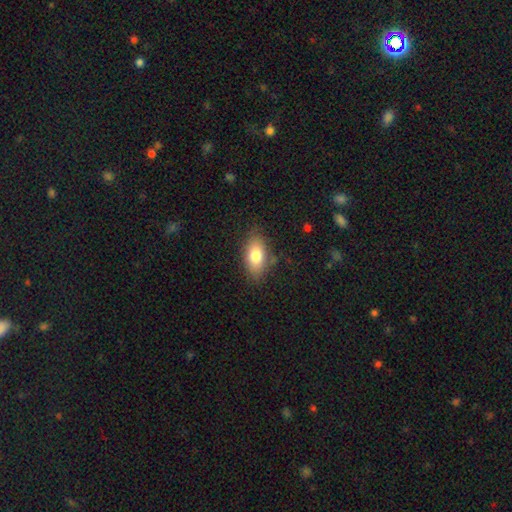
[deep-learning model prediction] A smooth galaxy with no disk features (79%) that is in between round and cigar-shaped (90%). Merging: none (81%).